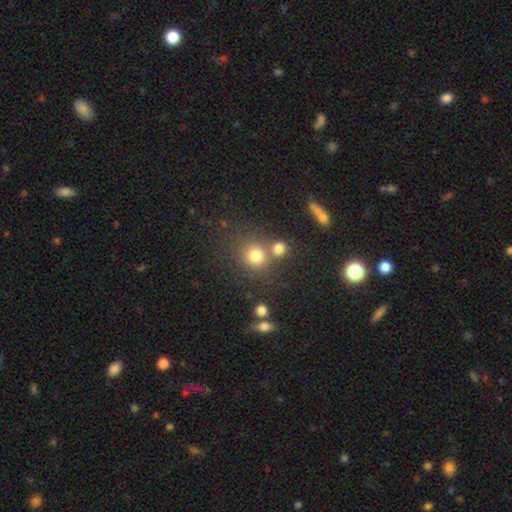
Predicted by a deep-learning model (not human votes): smooth_or_featured: smooth (p=0.77) [alt: star or artifact p=0.15]
how_rounded: round (p=0.84) [alt: in between p=0.15]
merging: none (p=0.61) [alt: merger p=0.25]